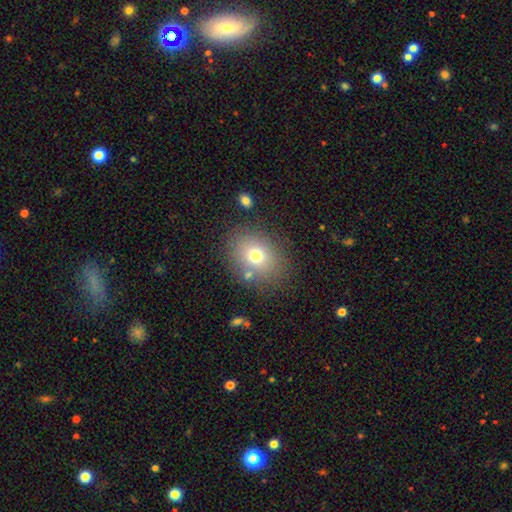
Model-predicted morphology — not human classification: smooth-or-featured: smooth: 72% | featured or disk: 15% | star or artifact: 13%
  how-rounded: in between: 53% | round: 46% | cigar-shaped: 1%
  merging: none: 79% | minor disturbance: 11% | merger: 5% | major disturbance: 5%